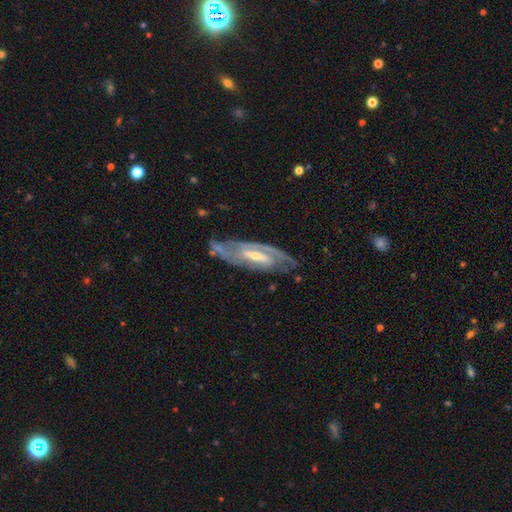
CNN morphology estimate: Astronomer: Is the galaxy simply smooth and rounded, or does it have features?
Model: featured or disk — 87%.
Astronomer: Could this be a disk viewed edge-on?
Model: no — 88%.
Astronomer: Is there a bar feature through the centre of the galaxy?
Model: strong — 43% (runner-up: weak, 40%).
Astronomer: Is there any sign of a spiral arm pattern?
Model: yes — 93%.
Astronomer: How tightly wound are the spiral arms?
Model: tight — 46% (runner-up: medium, 42%).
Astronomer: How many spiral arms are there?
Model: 2 — 73%.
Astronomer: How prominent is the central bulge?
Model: small — 55% (runner-up: moderate, 40%).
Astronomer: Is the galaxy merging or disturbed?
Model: none — 69%.